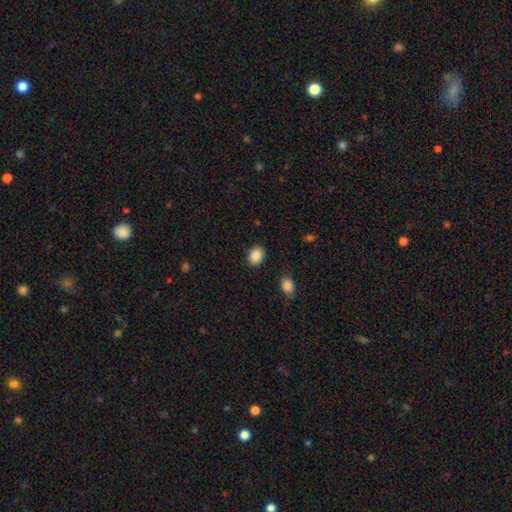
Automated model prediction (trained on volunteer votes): This appears to be a smooth galaxy with no disk features (89%) that is in between round and cigar-shaped (53%). Merging: none (87%).